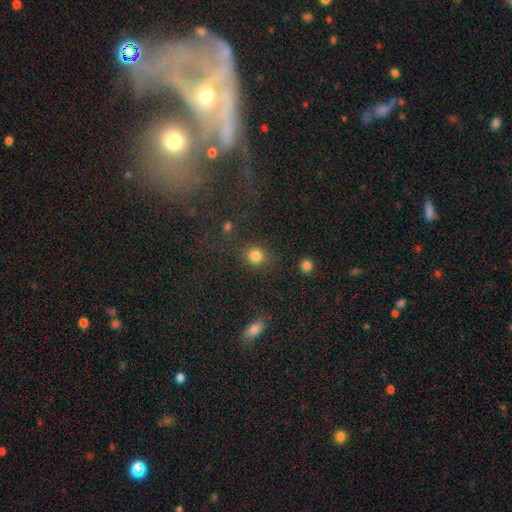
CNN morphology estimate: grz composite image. It shows a smooth galaxy with no disk features (83%) that is round (89%). Merging: none (83%).